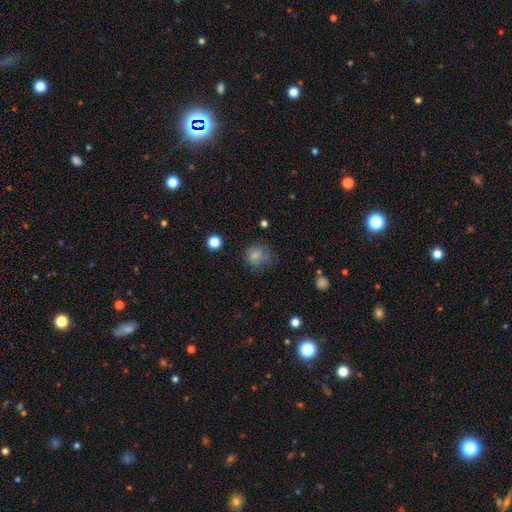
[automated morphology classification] Smooth or featured: smooth — 74% (featured or disk — 13%)
How rounded: round — 70% (in between — 29%)
Merging: none — 63% (minor disturbance — 23%)